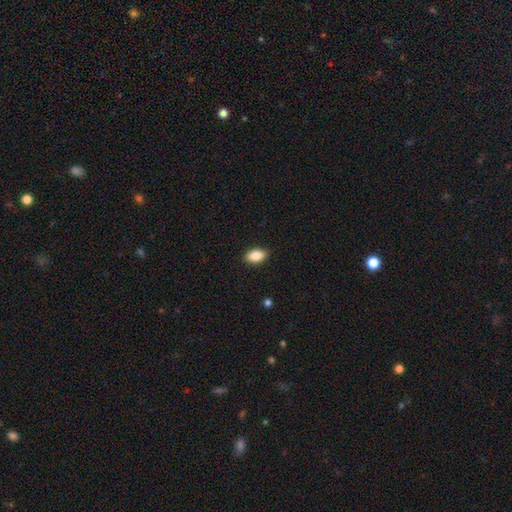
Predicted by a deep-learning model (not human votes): Overall: smooth (86%). How rounded: in between (92%). Merging: none (90%).